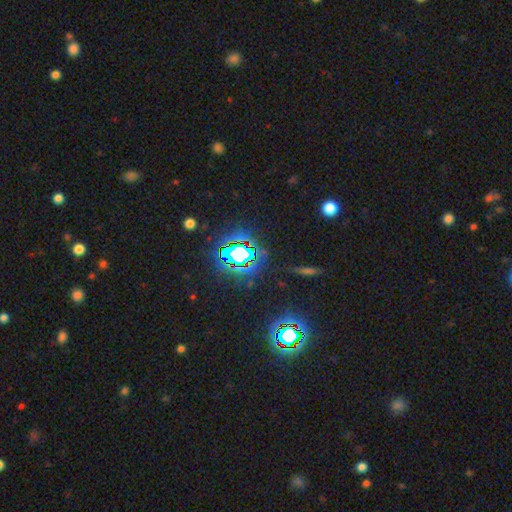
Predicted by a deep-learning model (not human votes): A star or artifact, not a galaxy (81%).